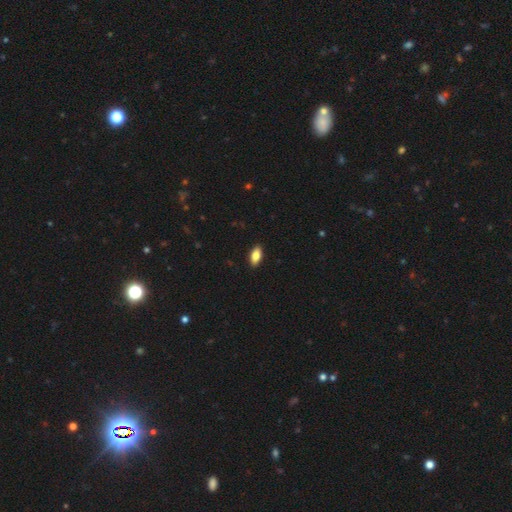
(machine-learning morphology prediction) This is clearly a smooth galaxy (84%). How rounded: clearly in between (90%). Merging: clearly none (90%).